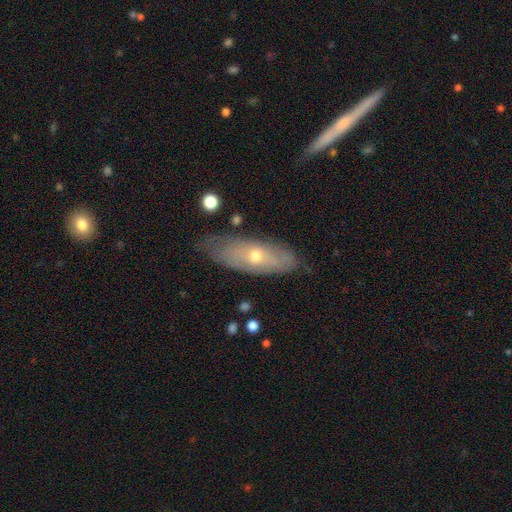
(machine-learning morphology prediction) smooth_or_featured: featured or disk (p=0.48) [alt: smooth p=0.45]
merging: none (p=0.67) [alt: minor disturbance p=0.24]